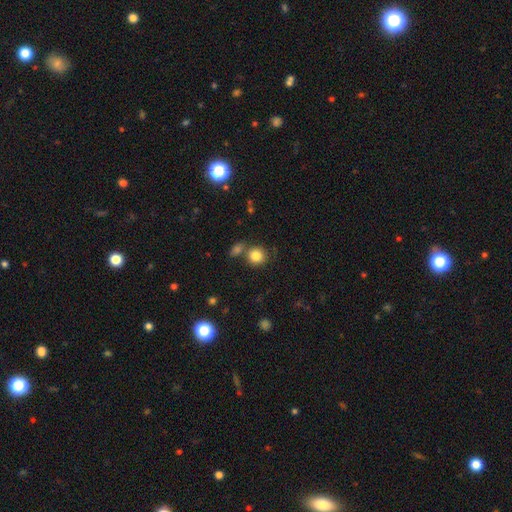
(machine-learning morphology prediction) Smooth or featured? Predicted: smooth (p=0.83). How rounded? Predicted: round (p=0.85). Merging? Predicted: none (p=0.68).